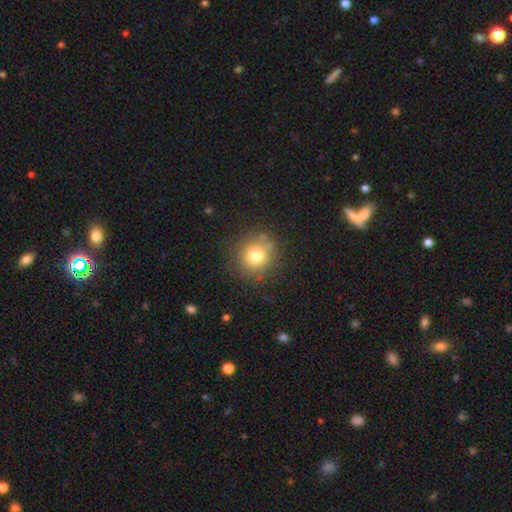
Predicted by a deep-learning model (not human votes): A smooth galaxy with no disk features (76%) that is round (90%). Merging: none (83%).